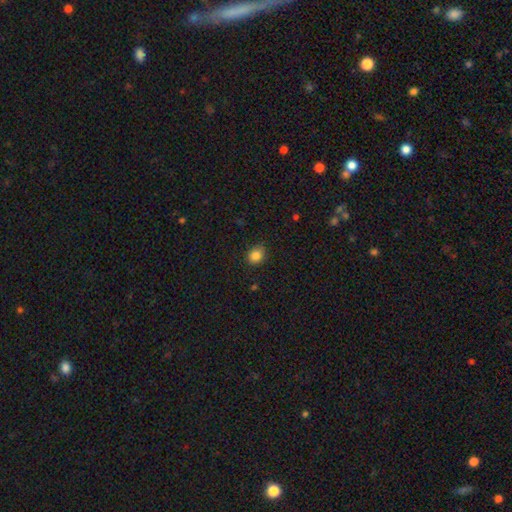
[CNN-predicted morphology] Smooth or featured: smooth — 84% (star or artifact — 11%)
How rounded: round — 61% (in between — 38%)
Merging: none — 80% (minor disturbance — 16%)